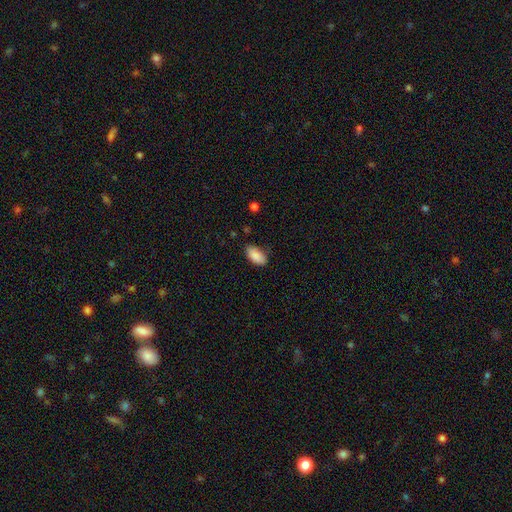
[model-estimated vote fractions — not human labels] Morphology: type=smooth (89%); roundness=in between (93%); merging=none (80%).